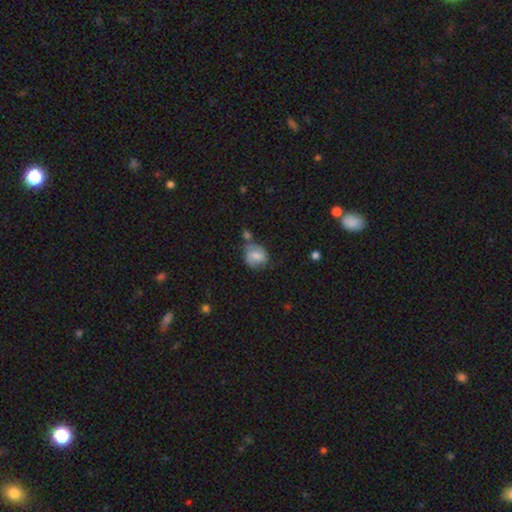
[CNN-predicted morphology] Smooth or featured: smooth — 60% (featured or disk — 31%)
How rounded: round — 65% (in between — 34%)
Merging: none — 49% (minor disturbance — 26%)